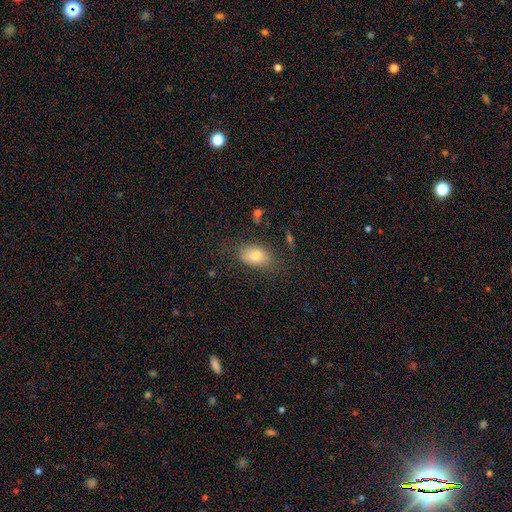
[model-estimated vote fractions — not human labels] A smooth galaxy with no disk features (76%) that is in between round and cigar-shaped (84%). Merging: none (70%).